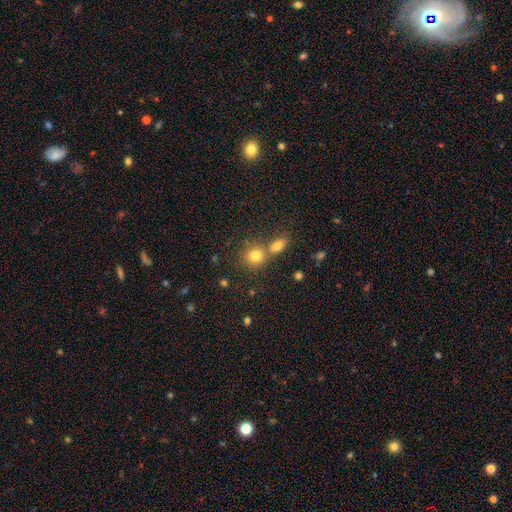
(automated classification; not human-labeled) Smooth or featured?
  - smooth: 78% *
  - star or artifact: 13%
  - featured or disk: 9%
How rounded?
  - round: 79% *
  - in between: 20%
  - cigar-shaped: 1%
Merging?
  - none: 54% *
  - merger: 35%
  - minor disturbance: 8%
  - major disturbance: 3%